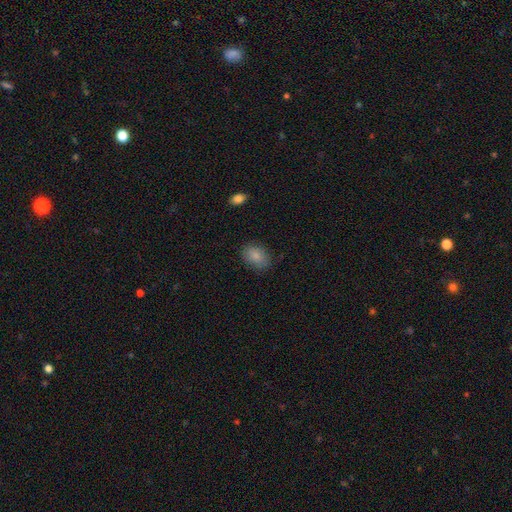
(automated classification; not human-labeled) smooth 86%, star or artifact 8%, featured or disk 6%. Down the decision tree: how rounded — in between (74%); merging — none (83%).